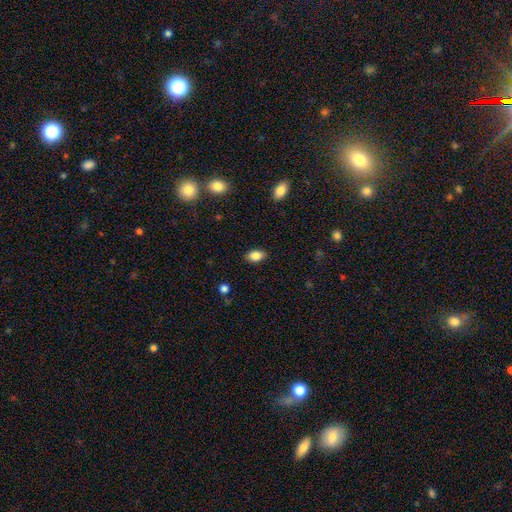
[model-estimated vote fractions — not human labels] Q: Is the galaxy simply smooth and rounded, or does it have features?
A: smooth — 84%.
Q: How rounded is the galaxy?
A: in between — 88%.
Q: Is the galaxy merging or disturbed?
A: none — 87%.